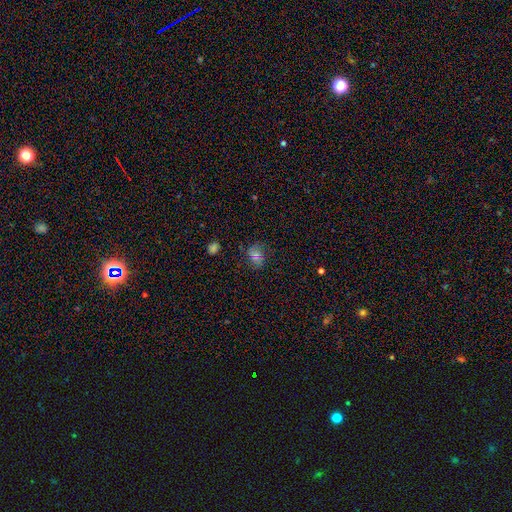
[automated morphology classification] This appears to be a smooth galaxy with no disk features (57%) that is in between round and cigar-shaped (59%). Merging: none (66%).